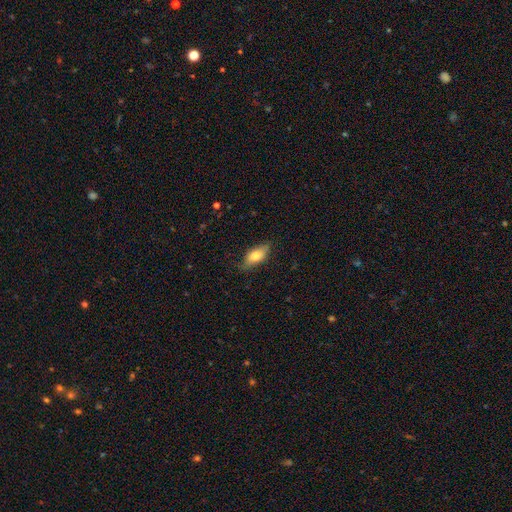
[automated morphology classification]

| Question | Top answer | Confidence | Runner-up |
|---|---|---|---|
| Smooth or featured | smooth | 71% | featured or disk (22%) |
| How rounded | in between | 81% | cigar-shaped (15%) |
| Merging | none | 76% | minor disturbance (19%) |